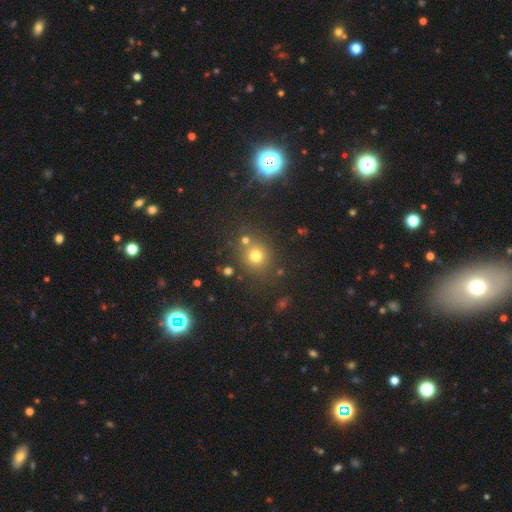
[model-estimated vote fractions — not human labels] Smooth or featured?
  - smooth: 70% *
  - star or artifact: 21%
  - featured or disk: 9%
How rounded?
  - round: 84% *
  - in between: 15%
  - cigar-shaped: 1%
Merging?
  - none: 75% *
  - merger: 11%
  - minor disturbance: 10%
  - major disturbance: 4%